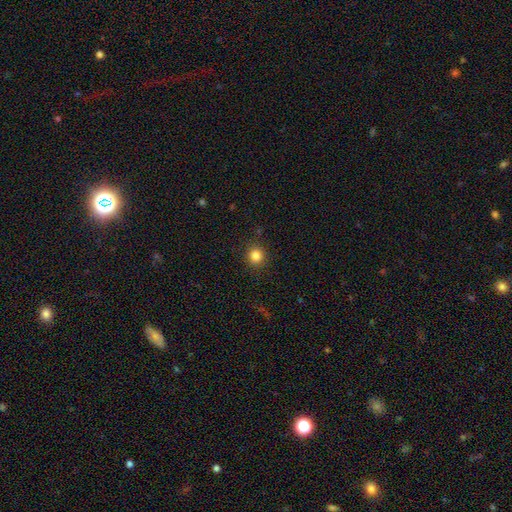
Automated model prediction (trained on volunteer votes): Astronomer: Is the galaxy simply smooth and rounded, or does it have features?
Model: smooth — 83%.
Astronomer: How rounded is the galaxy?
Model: round — 92%.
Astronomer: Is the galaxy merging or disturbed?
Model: none — 91%.